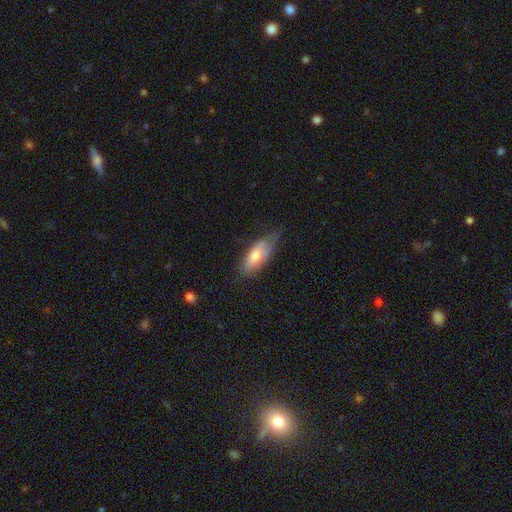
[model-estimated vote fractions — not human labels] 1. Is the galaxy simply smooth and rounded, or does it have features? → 58% smooth, 36% featured or disk, 7% star or artifact.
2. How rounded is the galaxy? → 66% in between, 32% cigar-shaped, 2% round.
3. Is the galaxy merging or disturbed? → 49% none, 36% minor disturbance, 12% major disturbance, 3% merger.